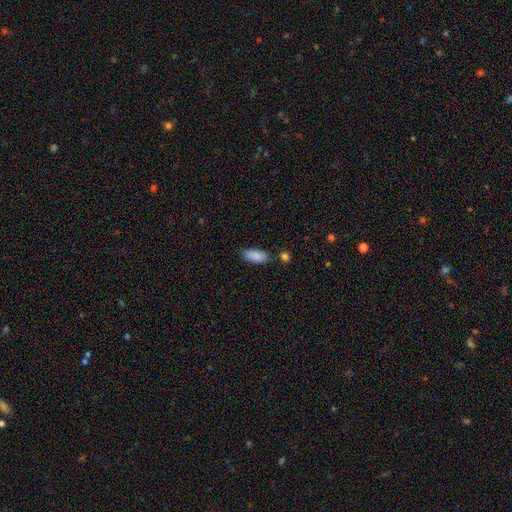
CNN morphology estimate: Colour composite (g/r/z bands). It shows a smooth galaxy with no disk features (88%) that is in between round and cigar-shaped (84%). Merging: none (78%).